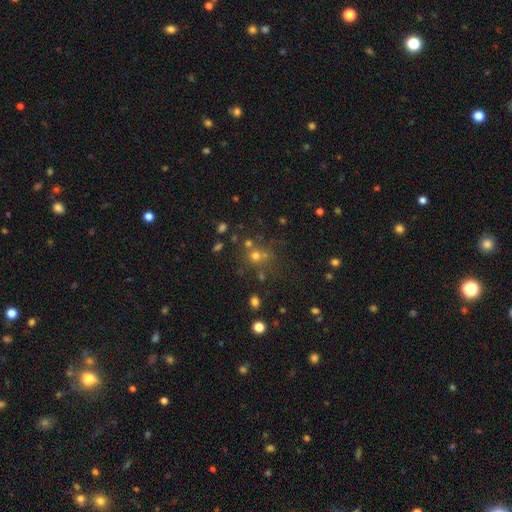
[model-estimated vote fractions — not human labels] Smooth or featured? smooth (47%)
Merging? none (65%)